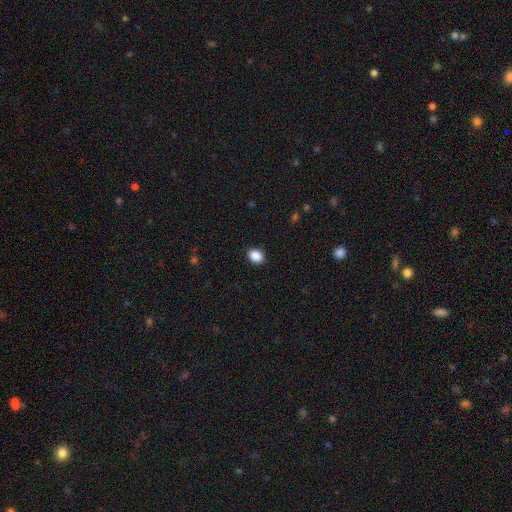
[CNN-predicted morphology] Smooth or featured: smooth — 89% (star or artifact — 9%)
How rounded: in between — 58% (round — 41%)
Merging: none — 90% (minor disturbance — 7%)